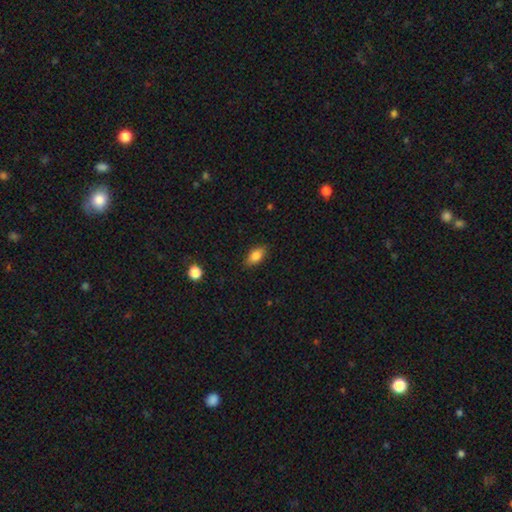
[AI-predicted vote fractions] The model was most divided on "merging": none: 85%, minor disturbance: 11%, major disturbance: 3%, merger: 1%. More confident: how rounded — in between (88%); smooth or featured — smooth (84%).